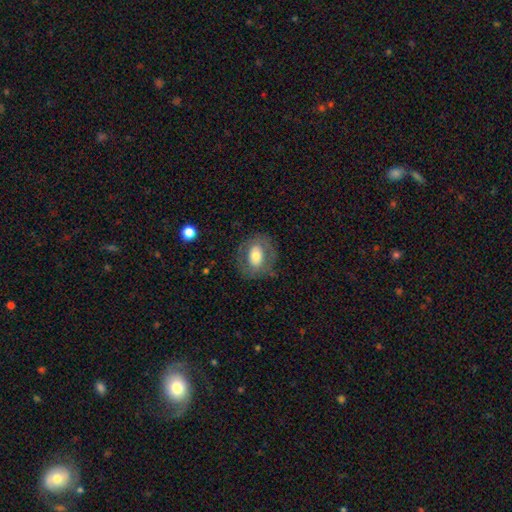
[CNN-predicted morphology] type=smooth (49%); merging=none (73%).